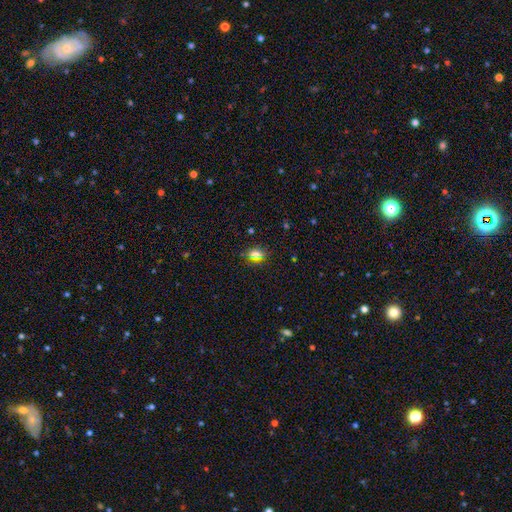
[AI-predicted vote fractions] Smooth or featured: smooth — 71% (star or artifact — 16%)
How rounded: in between — 54% (round — 42%)
Merging: none — 84% (minor disturbance — 11%)